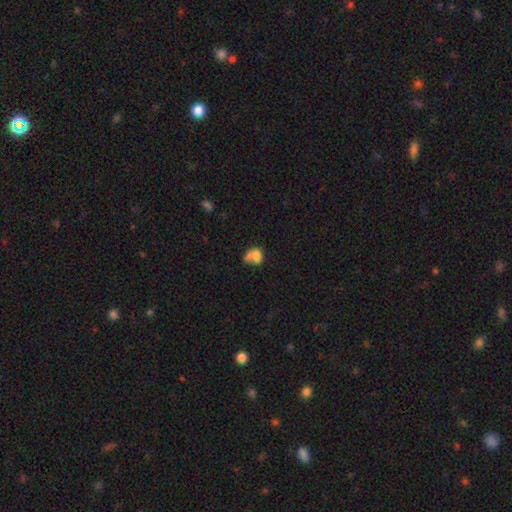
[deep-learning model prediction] Q: Smooth or featured?
A: smooth (70%); runner-up: featured or disk (18%)
Q: How rounded?
A: in between (59%); runner-up: round (39%)
Q: Merging?
A: merger (49%); runner-up: none (24%)